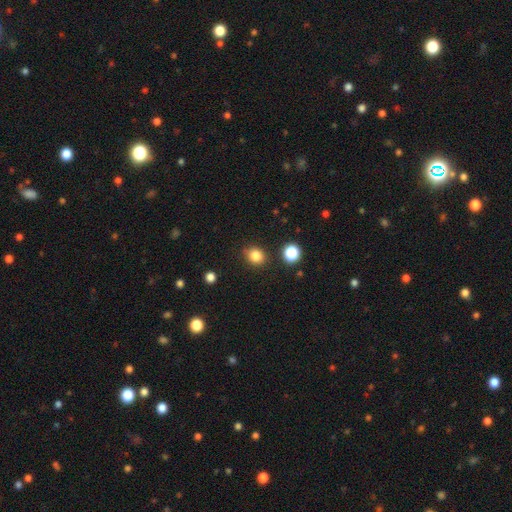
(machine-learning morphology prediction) Smooth or featured: smooth — 83% (star or artifact — 12%)
How rounded: round — 68% (in between — 31%)
Merging: none — 84% (minor disturbance — 10%)